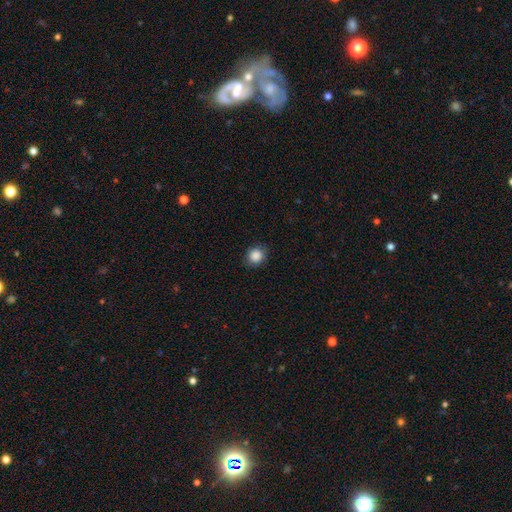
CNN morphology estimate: type=smooth (87%); roundness=round (82%); merging=none (86%).